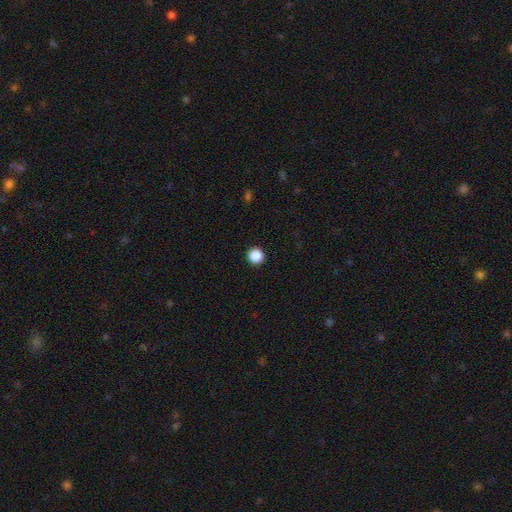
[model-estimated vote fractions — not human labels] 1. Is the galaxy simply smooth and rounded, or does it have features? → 88% smooth, 10% star or artifact, 2% featured or disk.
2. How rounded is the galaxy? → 96% round, 3% in between, 1% cigar-shaped.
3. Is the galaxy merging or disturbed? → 93% none, 4% minor disturbance, 2% major disturbance, 1% merger.